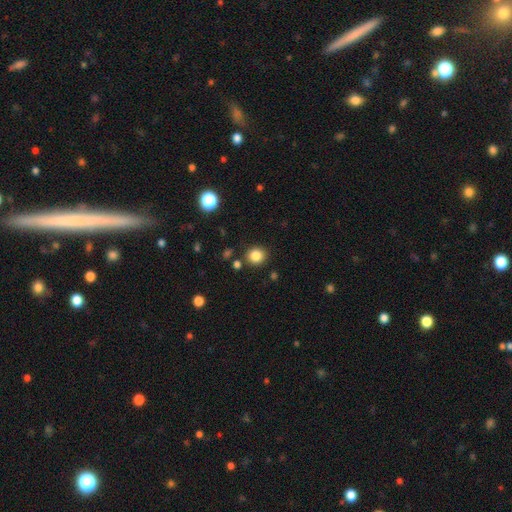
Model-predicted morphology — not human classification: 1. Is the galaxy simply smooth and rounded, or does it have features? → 84% smooth, 11% star or artifact, 5% featured or disk.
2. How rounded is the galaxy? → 86% round, 13% in between, 1% cigar-shaped.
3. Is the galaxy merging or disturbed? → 86% none, 8% minor disturbance, 4% merger, 3% major disturbance.